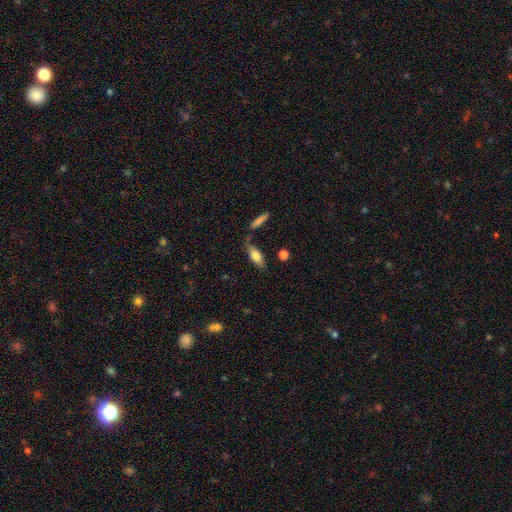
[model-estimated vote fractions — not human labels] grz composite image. It shows a smooth galaxy with no disk features (68%) that is in between round and cigar-shaped (54%). Merging: none (73%).